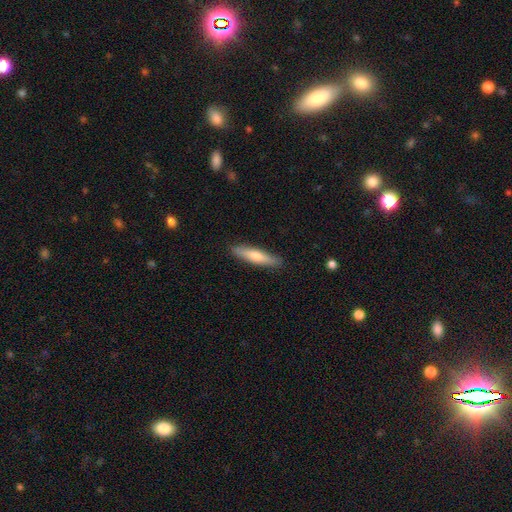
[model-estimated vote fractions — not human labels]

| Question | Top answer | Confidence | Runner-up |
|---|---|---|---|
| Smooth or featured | smooth | 60% | featured or disk (35%) |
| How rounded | cigar-shaped | 85% | in between (13%) |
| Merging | none | 89% | minor disturbance (8%) |